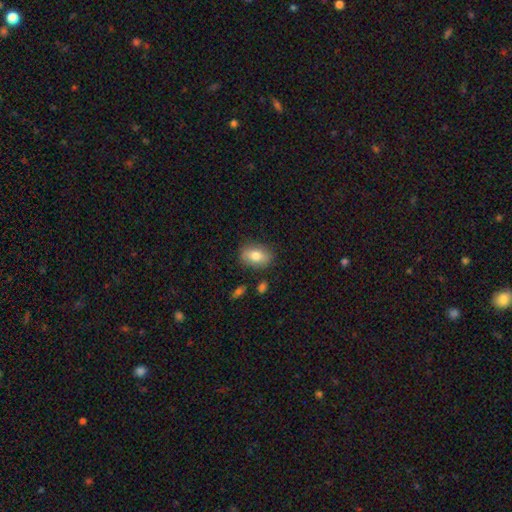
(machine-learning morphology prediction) smooth_or_featured: smooth (p=0.77) [alt: featured or disk p=0.15]
how_rounded: in between (p=0.84) [alt: round p=0.14]
merging: none (p=0.81) [alt: minor disturbance p=0.13]